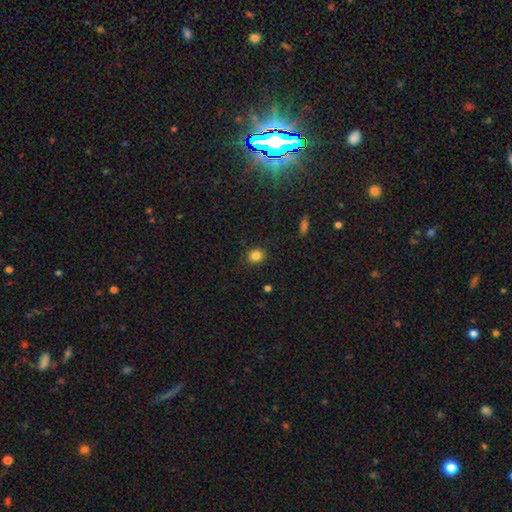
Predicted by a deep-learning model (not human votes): A smooth galaxy with no disk features (83%) that is round (69%).

Vote fractions:
- Smooth or featured? smooth: 83% / star or artifact: 11% / featured or disk: 5%
- How rounded? round: 69% / in between: 30% / cigar-shaped: 1%
- Merging? none: 87% / minor disturbance: 9% / major disturbance: 2% / merger: 1%